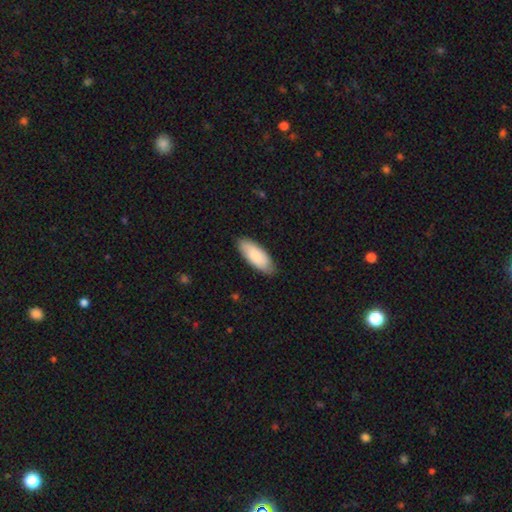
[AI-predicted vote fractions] Smooth or featured?
  - smooth: 83% *
  - featured or disk: 12%
  - star or artifact: 5%
How rounded?
  - in between: 80% *
  - cigar-shaped: 19%
  - round: 2%
Merging?
  - none: 83% *
  - minor disturbance: 14%
  - major disturbance: 2%
  - merger: 1%